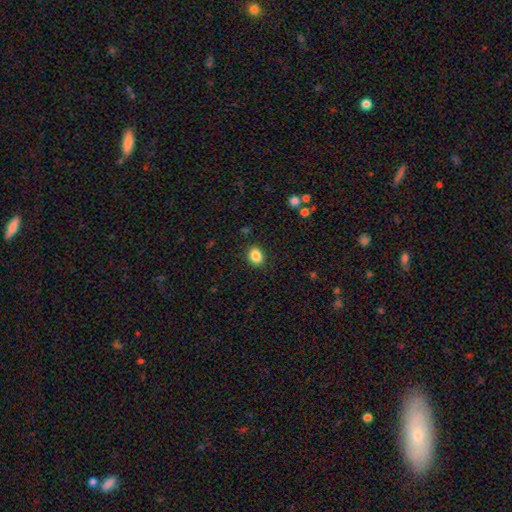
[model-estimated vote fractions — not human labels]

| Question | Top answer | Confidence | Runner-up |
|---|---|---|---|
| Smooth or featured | smooth | 86% | star or artifact (9%) |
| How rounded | in between | 60% | round (39%) |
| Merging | none | 89% | minor disturbance (8%) |